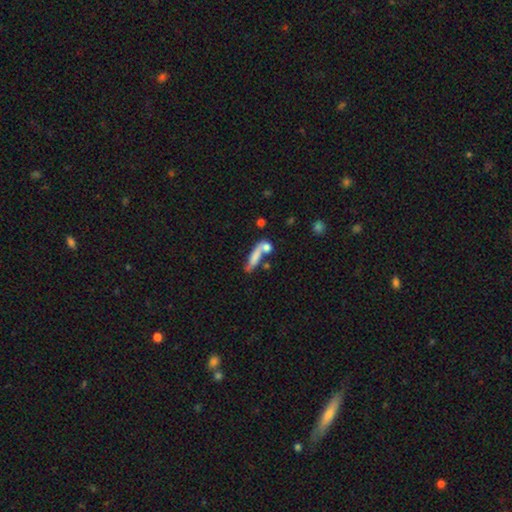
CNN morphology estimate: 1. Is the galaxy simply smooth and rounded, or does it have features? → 65% smooth, 26% featured or disk, 9% star or artifact.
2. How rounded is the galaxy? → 65% cigar-shaped, 29% in between, 6% round.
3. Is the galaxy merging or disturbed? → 42% none, 33% merger, 16% minor disturbance, 10% major disturbance.